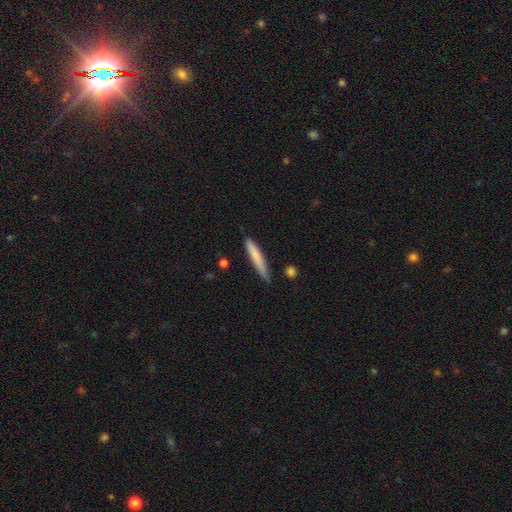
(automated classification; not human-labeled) A smooth galaxy with no disk features (77%) that is cigar-shaped (93%). Merging: none (75%).